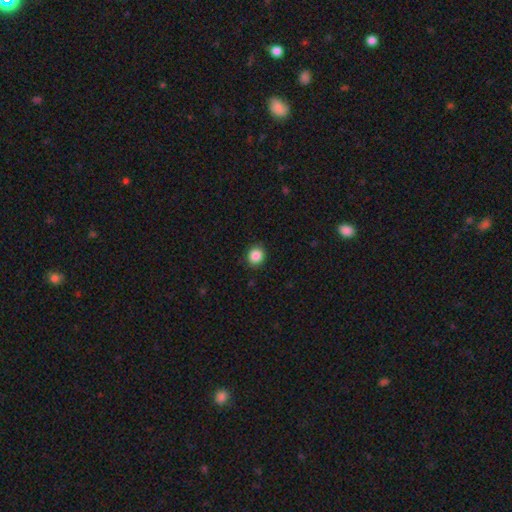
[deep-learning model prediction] Smooth or featured? Predicted: smooth (p=0.87). How rounded? Predicted: round (p=0.81). Merging? Predicted: none (p=0.90).